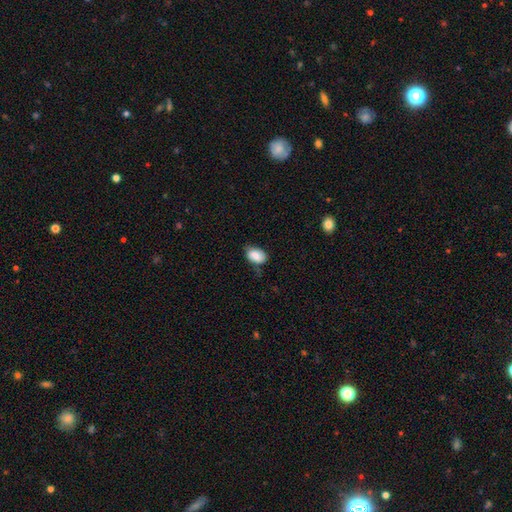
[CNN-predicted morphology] This is clearly a smooth galaxy (83%). How rounded: clearly in between (87%). Merging: likely none (61%).